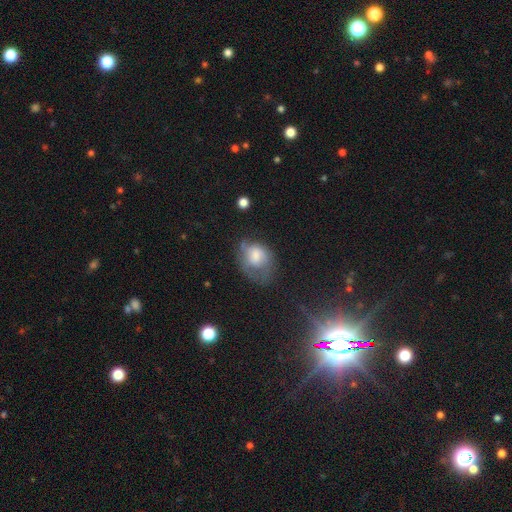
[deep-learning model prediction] Smooth or featured: smooth — 52% (featured or disk — 38%)
How rounded: in between — 64% (round — 34%)
Merging: major disturbance — 34% (none — 32%)